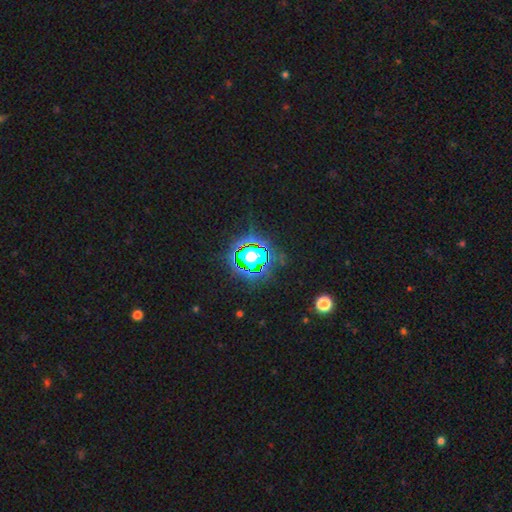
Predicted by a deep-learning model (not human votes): smooth_or_featured: star or artifact (p=0.71) [alt: smooth p=0.17]